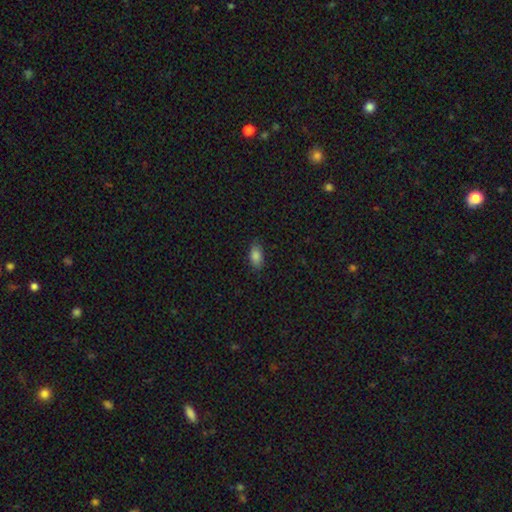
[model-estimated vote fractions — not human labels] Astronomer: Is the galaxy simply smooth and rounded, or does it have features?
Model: smooth — 86%.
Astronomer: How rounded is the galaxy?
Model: in between — 91%.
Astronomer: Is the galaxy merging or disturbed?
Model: none — 83%.